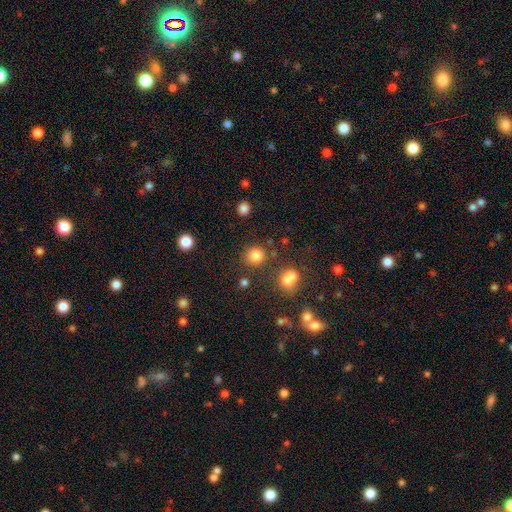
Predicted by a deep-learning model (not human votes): The model was most divided on "smooth or featured": smooth: 82%, star or artifact: 13%, featured or disk: 5%. More confident: how rounded — round (88%); merging — none (81%).